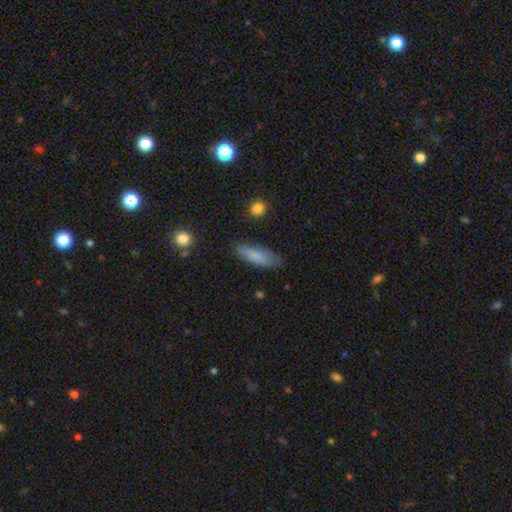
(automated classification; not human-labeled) A smooth galaxy with no disk features (81%) that is cigar-shaped (53%).

Vote fractions:
- Smooth or featured? smooth: 81% / featured or disk: 12% / star or artifact: 7%
- How rounded? cigar-shaped: 53% / in between: 45% / round: 2%
- Merging? none: 76% / minor disturbance: 18% / major disturbance: 4% / merger: 2%